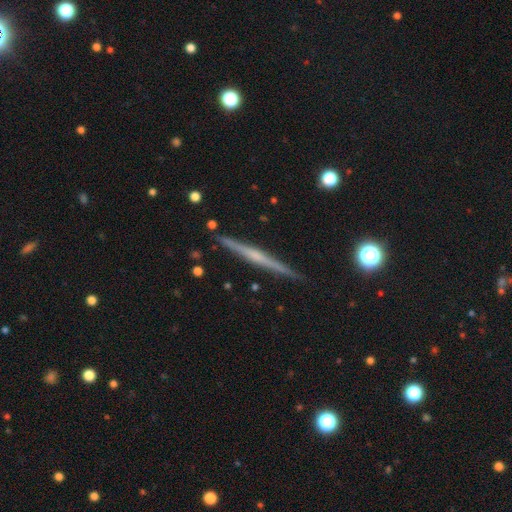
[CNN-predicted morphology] smooth-or-featured: featured or disk: 74% | smooth: 20% | star or artifact: 7%
  disk-edge-on: yes: 98% | no: 2%
    edge-on-bulge: rounded: 51% | none: 41% | boxy: 8%
  merging: none: 91% | minor disturbance: 6% | merger: 1% | major disturbance: 1%